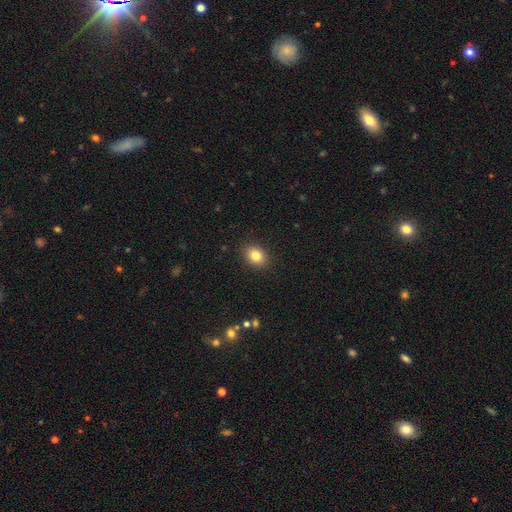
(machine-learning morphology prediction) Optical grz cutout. It shows a smooth galaxy with no disk features (82%) that is in between round and cigar-shaped (60%). Merging: none (90%).